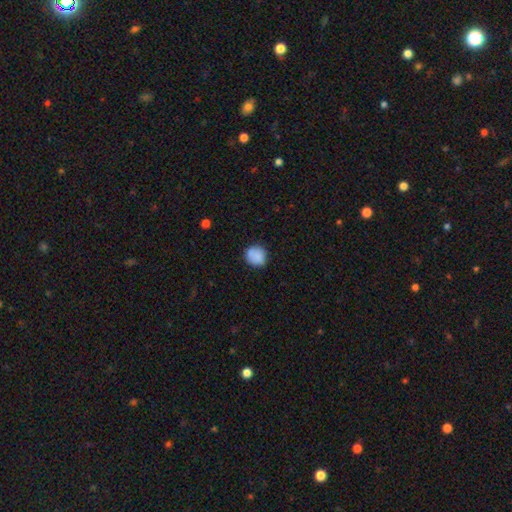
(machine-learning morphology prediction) This is clearly a smooth galaxy (84%). How rounded: clearly round (84%). Merging: likely none (75%).